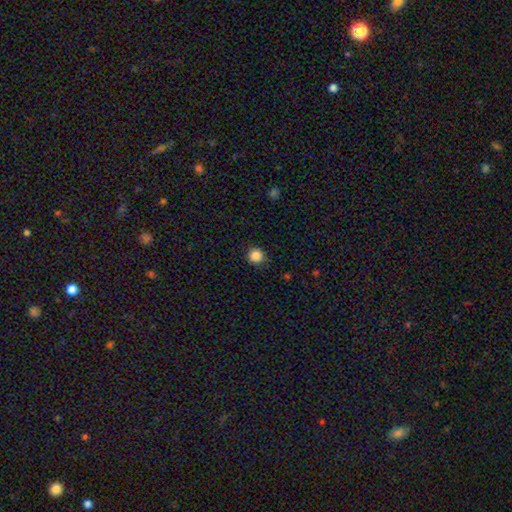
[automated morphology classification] smooth 86%, star or artifact 11%, featured or disk 3%. Down the decision tree: how rounded — round (94%); merging — none (89%).